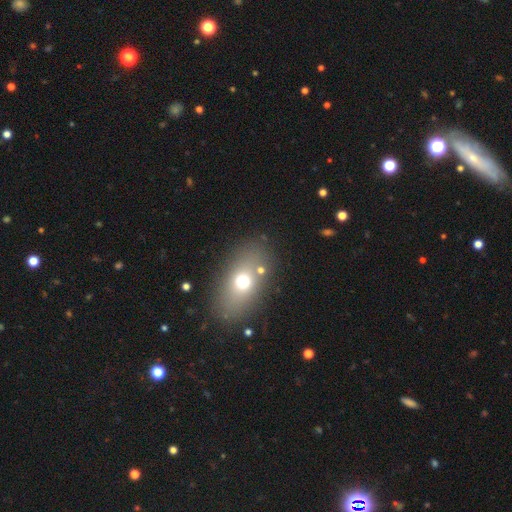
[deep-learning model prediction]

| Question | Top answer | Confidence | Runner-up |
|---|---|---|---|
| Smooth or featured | smooth | 63% | featured or disk (22%) |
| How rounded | in between | 78% | round (17%) |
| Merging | none | 81% | minor disturbance (10%) |